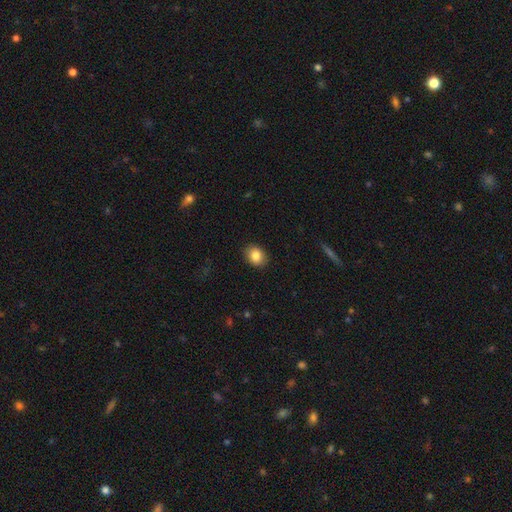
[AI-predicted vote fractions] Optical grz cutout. It shows a smooth galaxy with no disk features (85%) that is in between round and cigar-shaped (53%). Merging: none (87%).